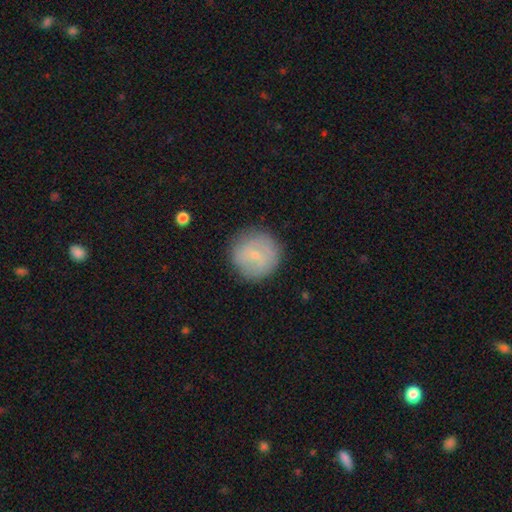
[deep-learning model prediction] This is possibly a smooth galaxy (59%). How rounded: clearly round (94%). Merging: clearly none (83%).